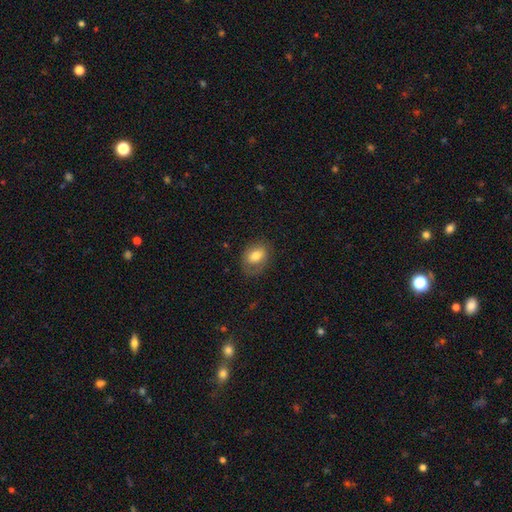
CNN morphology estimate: A smooth galaxy with no disk features (70%) that is in between round and cigar-shaped (70%). Merging: none (69%).